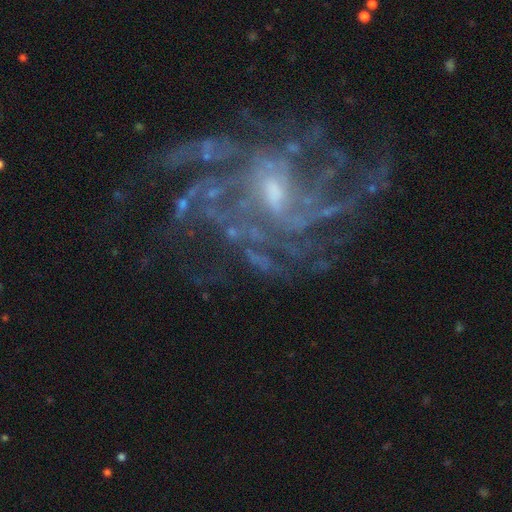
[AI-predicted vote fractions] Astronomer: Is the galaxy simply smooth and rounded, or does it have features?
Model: featured or disk — 85%.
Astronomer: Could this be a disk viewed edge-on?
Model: no — 97%.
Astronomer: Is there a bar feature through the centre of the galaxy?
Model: weak — 45% (runner-up: no, 41%).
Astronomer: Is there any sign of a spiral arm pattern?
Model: yes — 94%.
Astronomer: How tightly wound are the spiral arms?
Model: medium — 41% (runner-up: tight, 40%).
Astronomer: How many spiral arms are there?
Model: can't tell — 28% (runner-up: 4, 21%).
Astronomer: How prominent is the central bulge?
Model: small — 52% (runner-up: moderate, 36%).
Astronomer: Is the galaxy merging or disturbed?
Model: none — 58%.